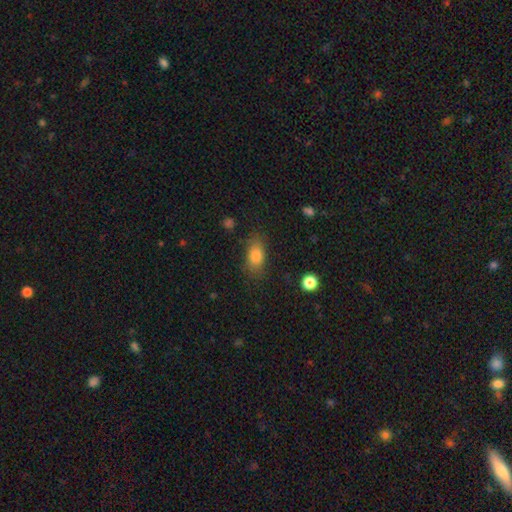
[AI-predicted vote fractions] smooth 82%, star or artifact 9%, featured or disk 9%. Down the decision tree: how rounded — in between (85%); merging — none (78%).